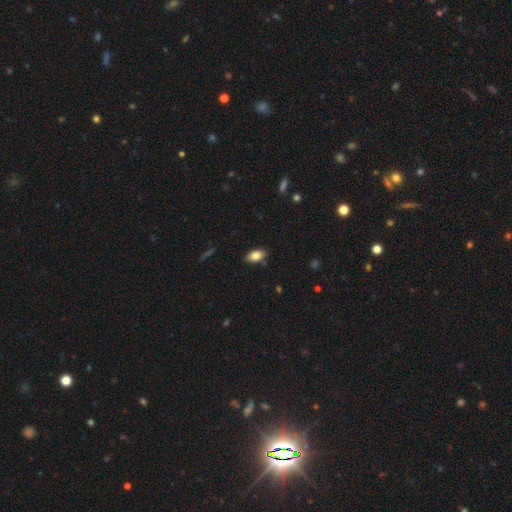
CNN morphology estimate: Smooth or featured? Predicted: smooth (p=0.83). How rounded? Predicted: in between (p=0.91). Merging? Predicted: none (p=0.86).